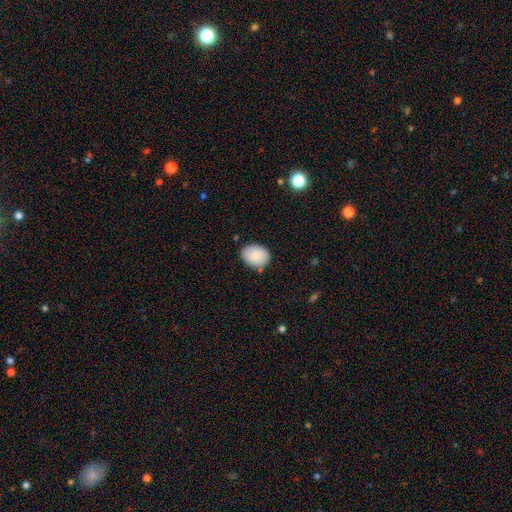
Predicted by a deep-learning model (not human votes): This is clearly a smooth galaxy (86%). How rounded: likely in between (69%). Merging: clearly none (80%).